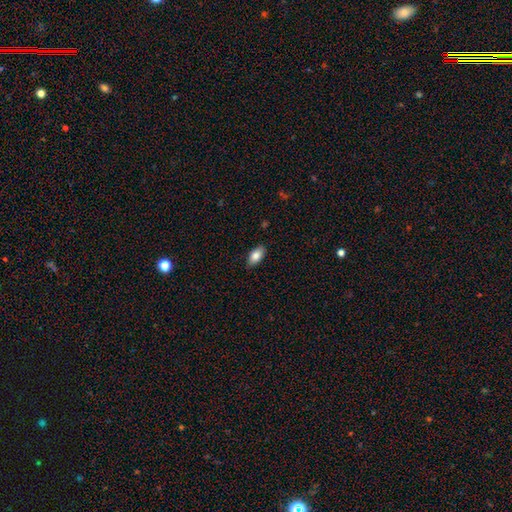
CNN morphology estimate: Overall: smooth (84%). How rounded: in between (92%). Merging: none (87%).